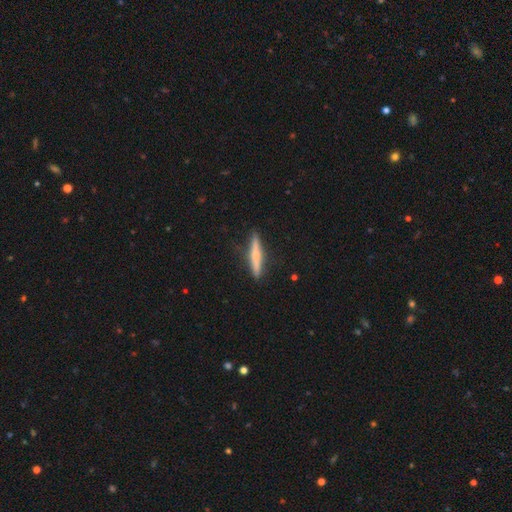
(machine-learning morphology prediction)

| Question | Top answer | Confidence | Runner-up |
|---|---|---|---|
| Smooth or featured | smooth | 49% | featured or disk (45%) |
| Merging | none | 89% | minor disturbance (8%) |